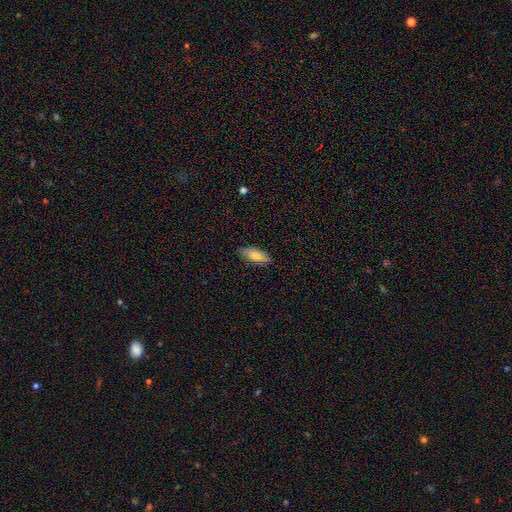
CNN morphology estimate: smooth-or-featured: smooth: 75% | featured or disk: 13% | star or artifact: 11%
  how-rounded: in between: 86% | cigar-shaped: 12% | round: 3%
  merging: none: 85% | minor disturbance: 12% | major disturbance: 2% | merger: 1%